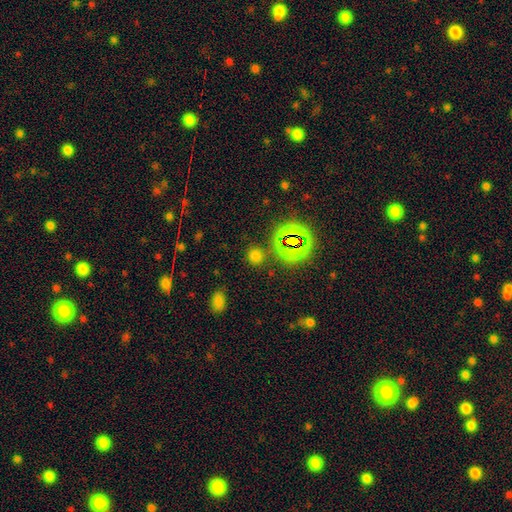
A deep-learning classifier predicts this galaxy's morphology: smooth 63%, star or artifact 32%, featured or disk 5%. Down the decision tree: how rounded — round (84%); merging — none (82%).